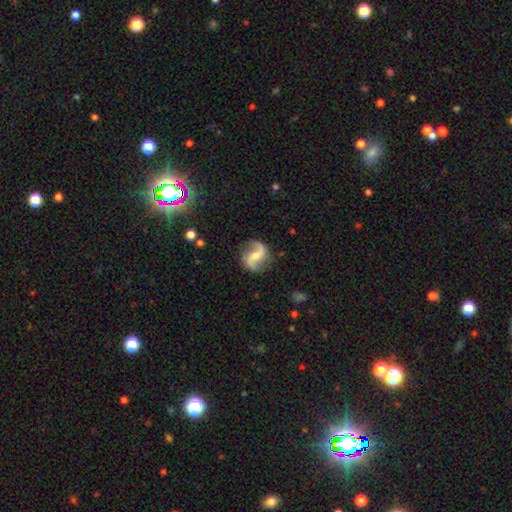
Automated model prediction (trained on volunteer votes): smooth-or-featured: featured or disk: 86% | smooth: 9% | star or artifact: 5%
  disk-edge-on: no: 98% | yes: 2%
    bar: weak: 41% | no: 34% | strong: 25%
    has-spiral-arms: yes: 96% | no: 4%
      spiral-winding: loose: 66% | medium: 27% | tight: 7%
      spiral-arm-count: 2: 92% | 1: 2% | can't tell: 2% | 3: 1% | 4: 1% | more than 4: 1%
    bulge-size: small: 47% | moderate: 41% | none: 8% | large: 3% | dominant: 1%
  merging: none: 81% | minor disturbance: 13% | major disturbance: 5% | merger: 2%